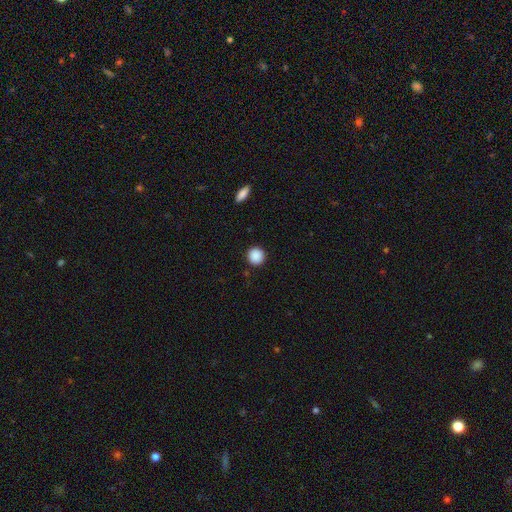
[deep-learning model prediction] smooth_or_featured: smooth (p=0.89) [alt: star or artifact p=0.09]
how_rounded: round (p=0.94) [alt: in between p=0.05]
merging: none (p=0.91) [alt: minor disturbance p=0.05]